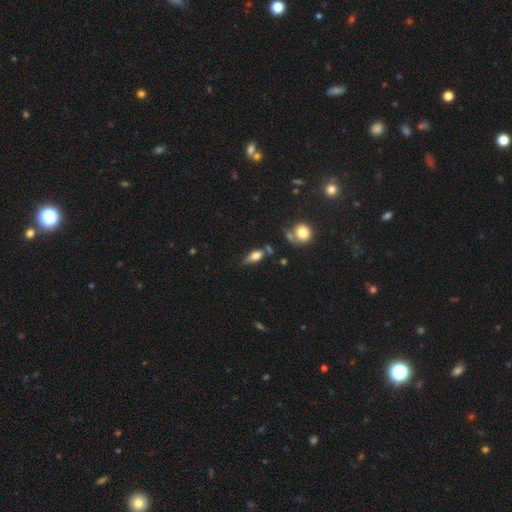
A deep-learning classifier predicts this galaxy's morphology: type=smooth (63%); roundness=in between (72%); merging=none (53%).